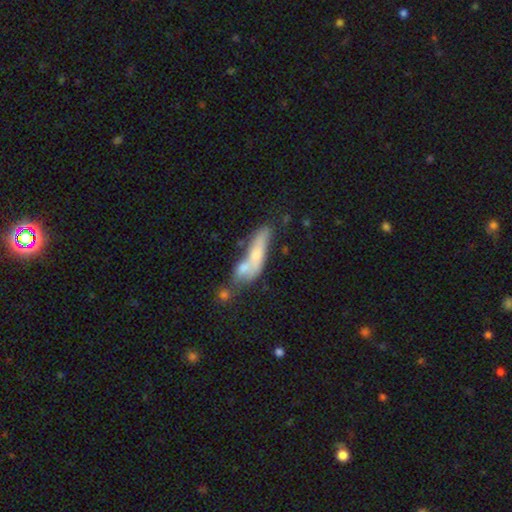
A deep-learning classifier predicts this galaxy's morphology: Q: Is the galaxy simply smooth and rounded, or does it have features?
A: smooth — 59%.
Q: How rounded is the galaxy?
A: cigar-shaped — 61%.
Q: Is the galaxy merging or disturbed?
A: merger — 45%.